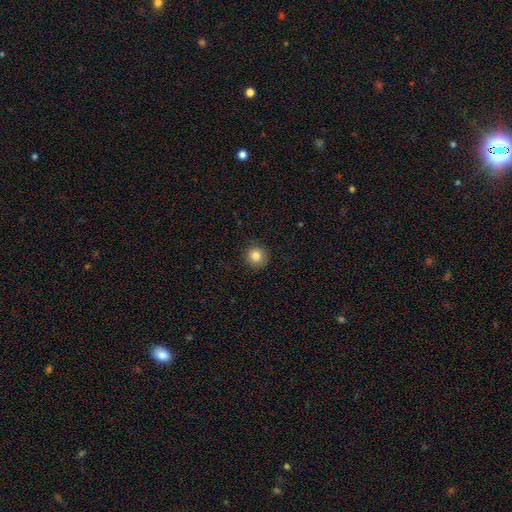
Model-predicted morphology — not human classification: This appears to be a smooth galaxy with no disk features (84%) that is round (93%). Merging: none (90%).